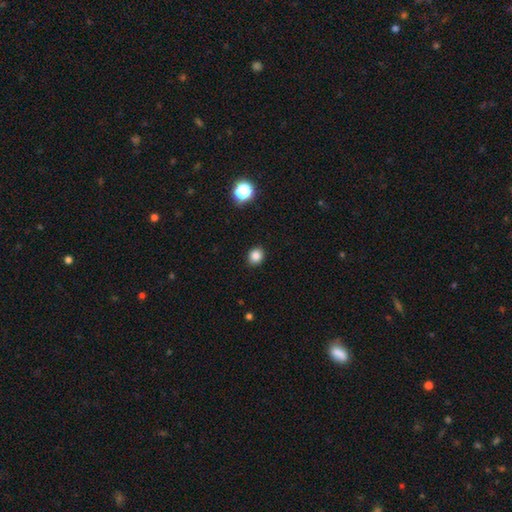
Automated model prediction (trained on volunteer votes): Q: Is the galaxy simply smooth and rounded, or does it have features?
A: smooth — 84%.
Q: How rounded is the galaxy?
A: round — 76%.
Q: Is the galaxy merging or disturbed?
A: none — 88%.